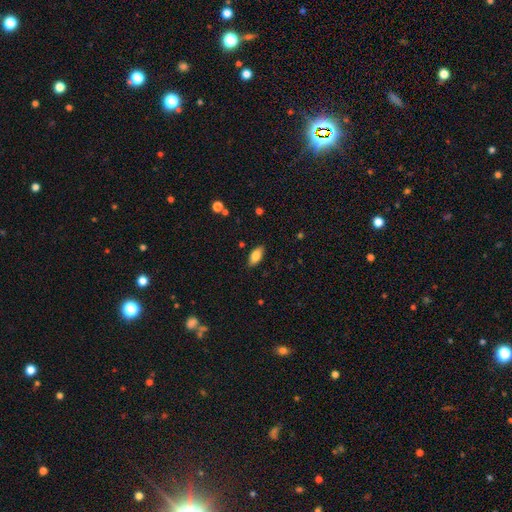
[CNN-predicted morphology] Smooth or featured?
  - smooth: 81% *
  - featured or disk: 12%
  - star or artifact: 7%
How rounded?
  - in between: 89% *
  - cigar-shaped: 8%
  - round: 3%
Merging?
  - none: 87% *
  - minor disturbance: 10%
  - major disturbance: 2%
  - merger: 1%